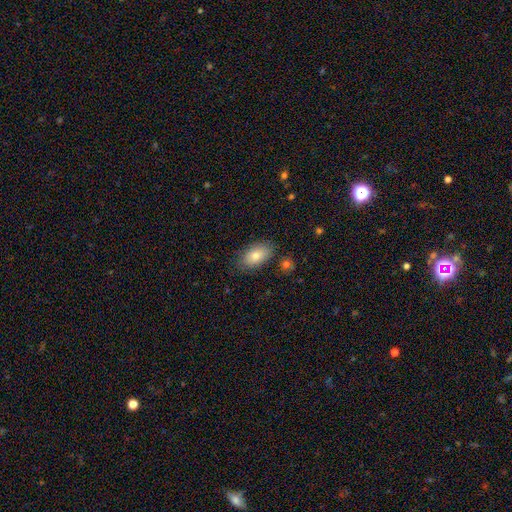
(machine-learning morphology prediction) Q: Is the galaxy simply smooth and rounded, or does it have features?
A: smooth — 78%.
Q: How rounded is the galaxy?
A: in between — 92%.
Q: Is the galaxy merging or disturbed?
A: none — 81%.